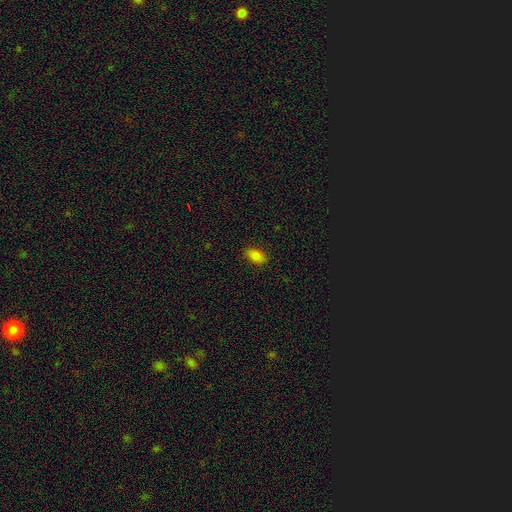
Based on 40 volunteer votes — This appears to be a smooth galaxy with no disk features (92%) that is in between round and cigar-shaped (86%). Merging: none (85%).